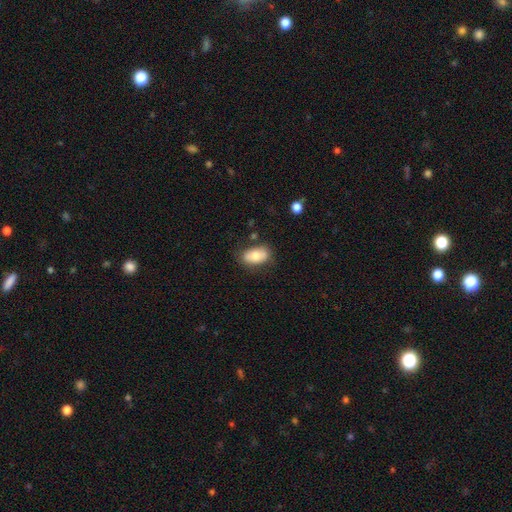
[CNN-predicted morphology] type=smooth (76%); roundness=in between (92%); merging=none (72%).